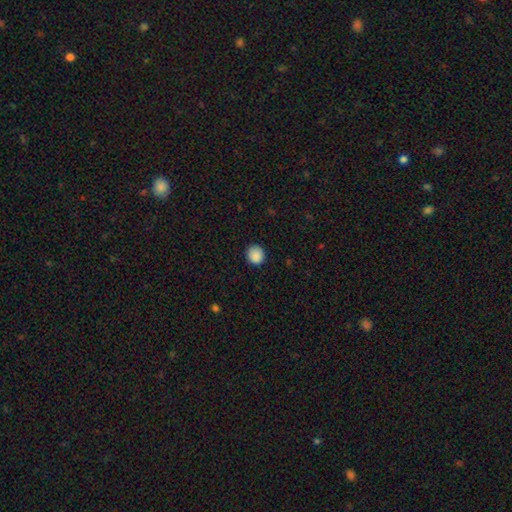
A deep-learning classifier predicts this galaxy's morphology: Smooth or featured? smooth (88%)
How rounded? round (88%)
Merging? none (88%)